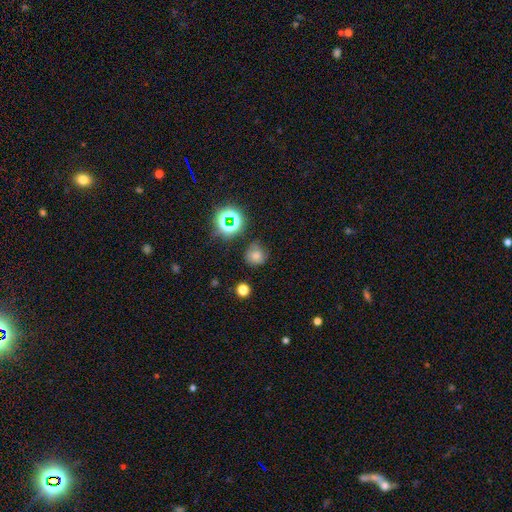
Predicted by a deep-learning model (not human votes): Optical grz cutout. It shows a smooth galaxy with no disk features (70%) that is round (86%). Merging: none (72%).